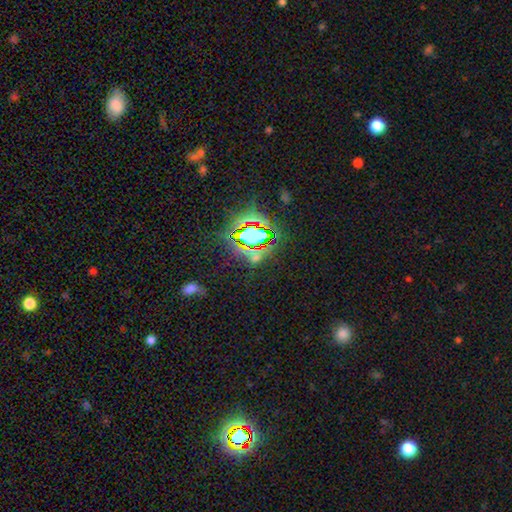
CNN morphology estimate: Smooth or featured?
  - star or artifact: 76% *
  - smooth: 15%
  - featured or disk: 9%